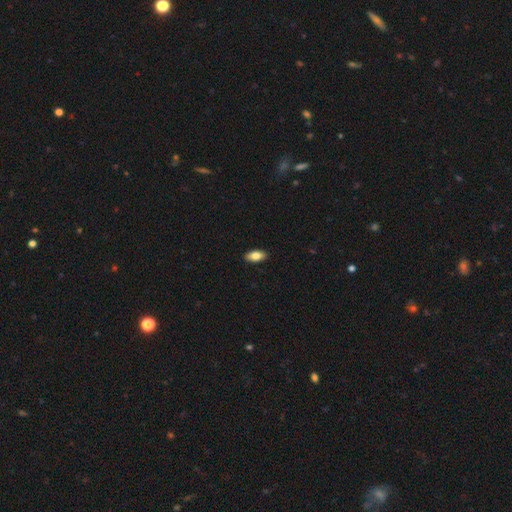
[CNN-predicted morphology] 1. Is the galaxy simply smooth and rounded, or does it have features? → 80% smooth, 13% featured or disk, 7% star or artifact.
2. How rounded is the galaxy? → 91% in between, 7% cigar-shaped, 3% round.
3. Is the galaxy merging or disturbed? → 90% none, 7% minor disturbance, 2% major disturbance, 1% merger.